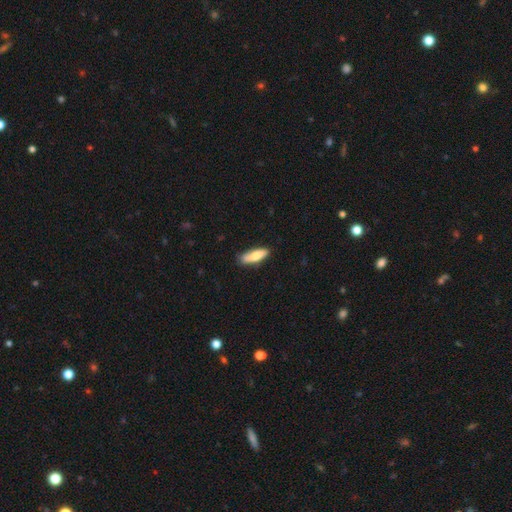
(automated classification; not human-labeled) smooth 75%, featured or disk 20%, star or artifact 6%. Down the decision tree: how rounded — cigar-shaped (50%); merging — none (81%).